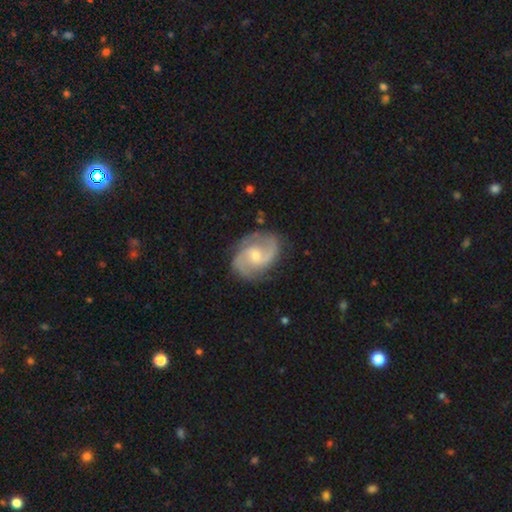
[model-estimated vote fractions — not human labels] smooth-or-featured: featured or disk: 88% | smooth: 7% | star or artifact: 5%
  disk-edge-on: no: 98% | yes: 2%
    bar: no: 49% | weak: 43% | strong: 8%
    has-spiral-arms: yes: 97% | no: 3%
      spiral-winding: medium: 56% | tight: 24% | loose: 21%
      spiral-arm-count: 2: 89% | can't tell: 4% | 3: 3% | 1: 1% | 4: 1% | more than 4: 1%
    bulge-size: small: 52% | moderate: 44% | none: 2% | large: 2% | dominant: 1%
  merging: none: 80% | minor disturbance: 14% | major disturbance: 4% | merger: 1%